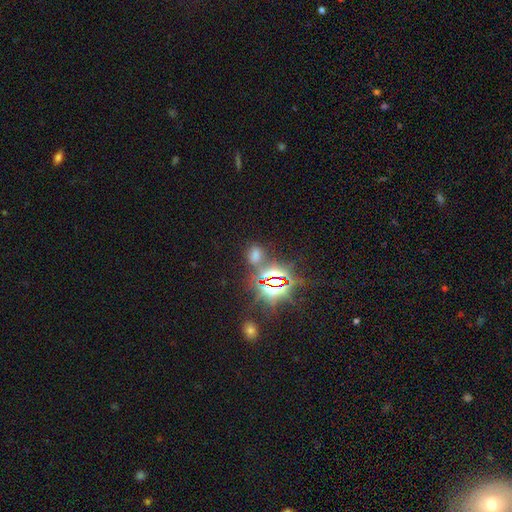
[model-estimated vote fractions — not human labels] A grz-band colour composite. It shows a star or artifact, not a galaxy (60%).